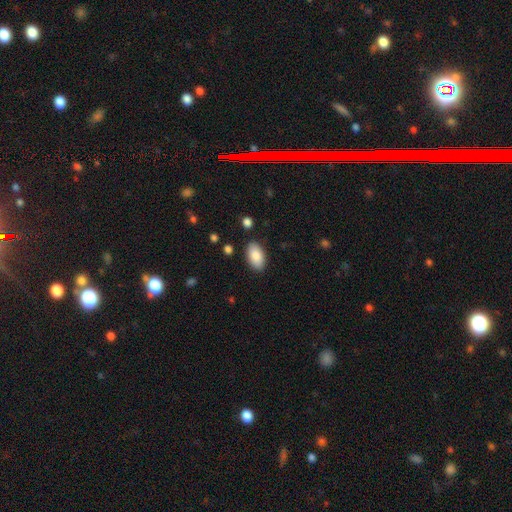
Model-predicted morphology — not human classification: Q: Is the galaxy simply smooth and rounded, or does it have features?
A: smooth — 85%.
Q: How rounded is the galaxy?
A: in between — 94%.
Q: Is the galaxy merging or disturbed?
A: none — 87%.